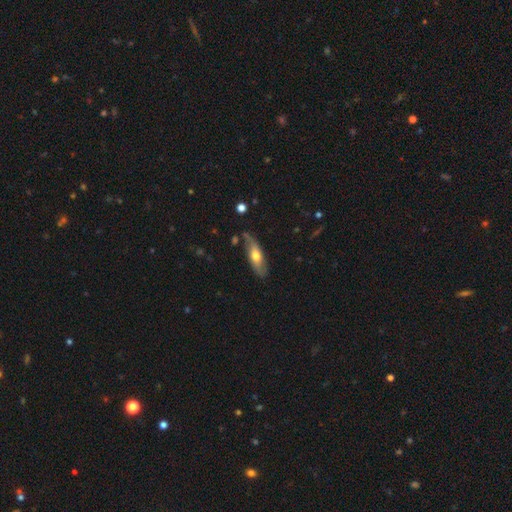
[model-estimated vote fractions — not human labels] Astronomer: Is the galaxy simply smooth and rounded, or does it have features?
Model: smooth — 50% (runner-up: featured or disk, 44%).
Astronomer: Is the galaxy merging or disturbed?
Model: none — 70%.